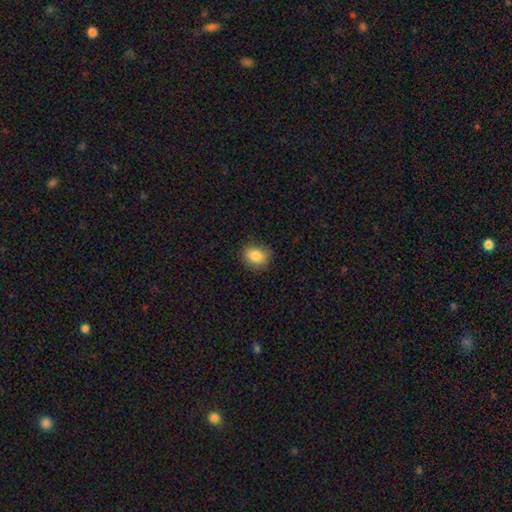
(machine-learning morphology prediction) Smooth or featured? smooth (85%)
How rounded? round (53%)
Merging? none (81%)